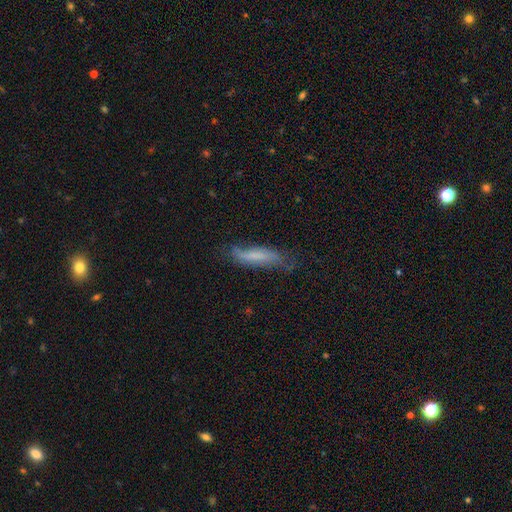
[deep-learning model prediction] This appears to be a smooth galaxy with no disk features (56%) that is cigar-shaped (66%). Merging: none (53%).